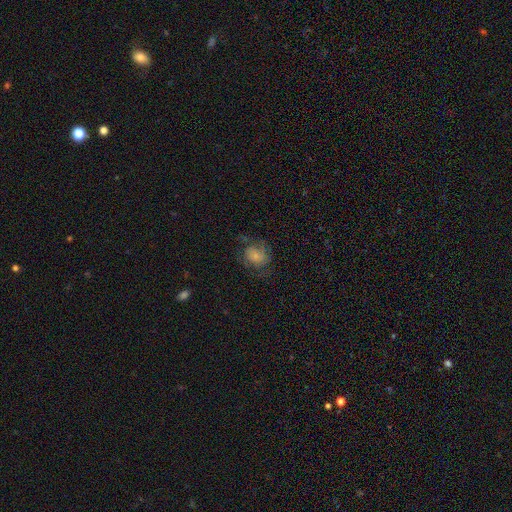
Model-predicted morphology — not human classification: Smooth or featured? Predicted: smooth (p=0.51). How rounded? Predicted: round (p=0.60). Merging? Predicted: none (p=0.56).